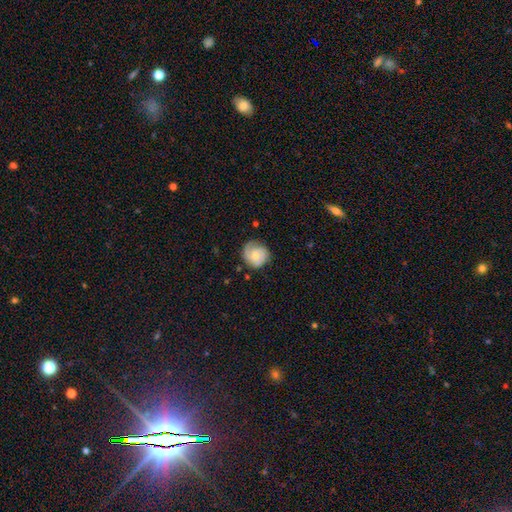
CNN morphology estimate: featured or disk 54%, smooth 40%, star or artifact 7%. Down the decision tree: edge-on disk — no (98%); bar — no (76%); spiral arms — yes (87%); bulge size — small (53%); merging — none (66%).